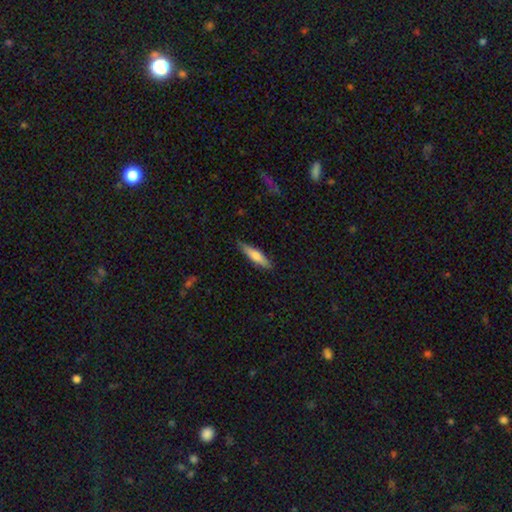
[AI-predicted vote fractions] Smooth or featured? smooth (69%)
How rounded? cigar-shaped (77%)
Merging? none (85%)